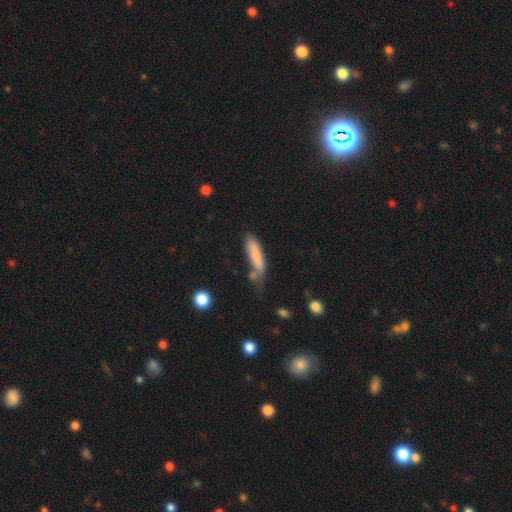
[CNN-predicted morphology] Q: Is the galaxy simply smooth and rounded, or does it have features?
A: smooth — 79%.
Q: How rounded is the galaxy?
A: cigar-shaped — 78%.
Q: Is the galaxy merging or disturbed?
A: none — 50%.